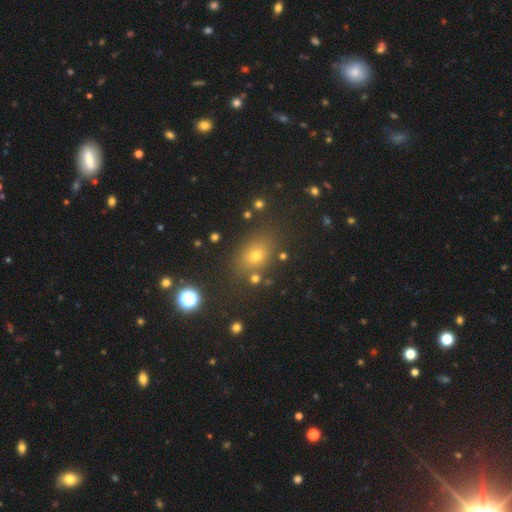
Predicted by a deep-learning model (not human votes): Smooth or featured? Predicted: smooth (p=0.66). How rounded? Predicted: in between (p=0.62). Merging? Predicted: none (p=0.80).